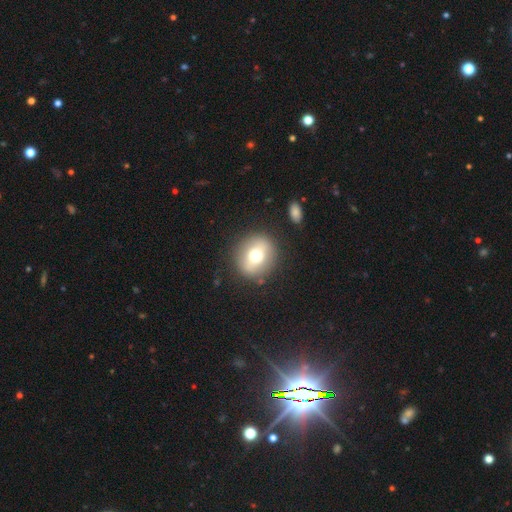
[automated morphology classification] A smooth galaxy with no disk features (63%) that is round (80%).

Vote fractions:
- Smooth or featured? smooth: 63% / featured or disk: 28% / star or artifact: 9%
- How rounded? round: 80% / in between: 19% / cigar-shaped: 1%
- Merging? none: 85% / minor disturbance: 9% / major disturbance: 4% / merger: 2%